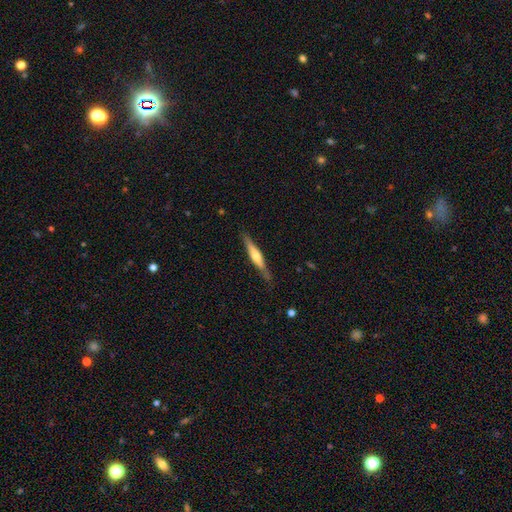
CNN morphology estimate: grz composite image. It shows a featured or disk galaxy (59%) viewed edge-on (96%) with a rounded central bulge (78%). Merging: none (84%).